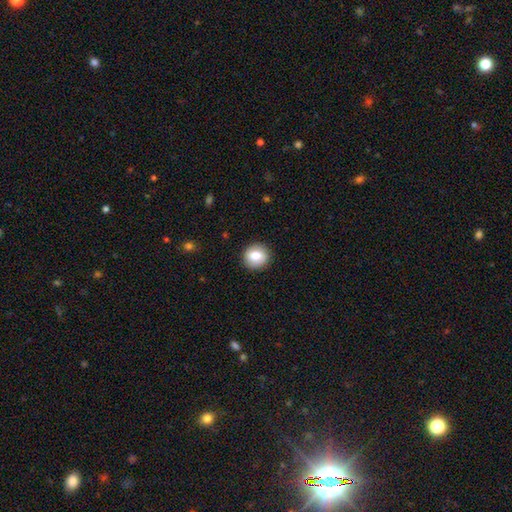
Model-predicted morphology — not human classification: A smooth galaxy with no disk features (78%) that is round (88%).

Vote fractions:
- Smooth or featured? smooth: 78% / featured or disk: 14% / star or artifact: 8%
- How rounded? round: 88% / in between: 11% / cigar-shaped: 1%
- Merging? none: 91% / minor disturbance: 6% / major disturbance: 2% / merger: 1%